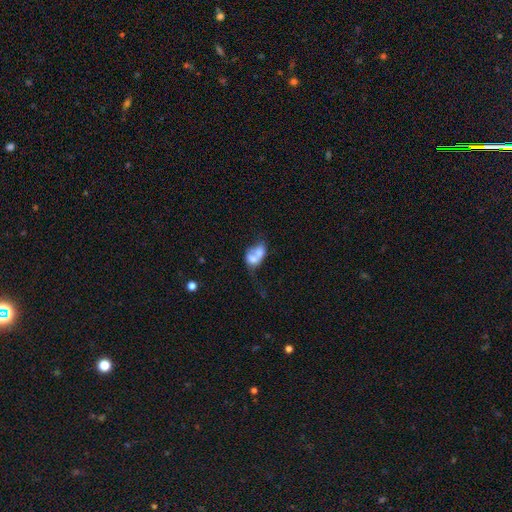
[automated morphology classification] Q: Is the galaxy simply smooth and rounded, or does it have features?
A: smooth — 59%.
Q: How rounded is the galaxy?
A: in between — 68%.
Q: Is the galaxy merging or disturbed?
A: merger — 71%.